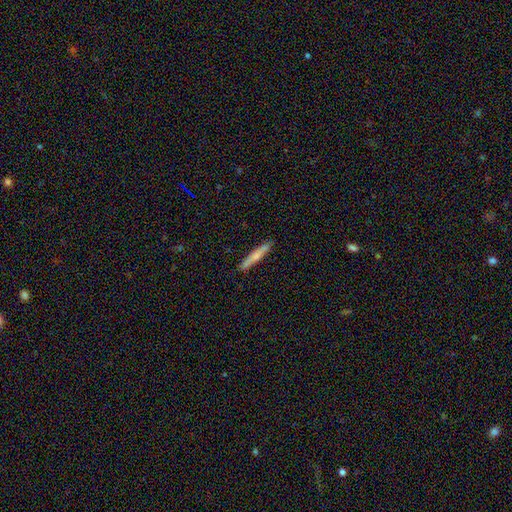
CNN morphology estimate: Smooth or featured: smooth — 60% (featured or disk — 35%)
How rounded: cigar-shaped — 95% (in between — 4%)
Merging: none — 89% (minor disturbance — 8%)